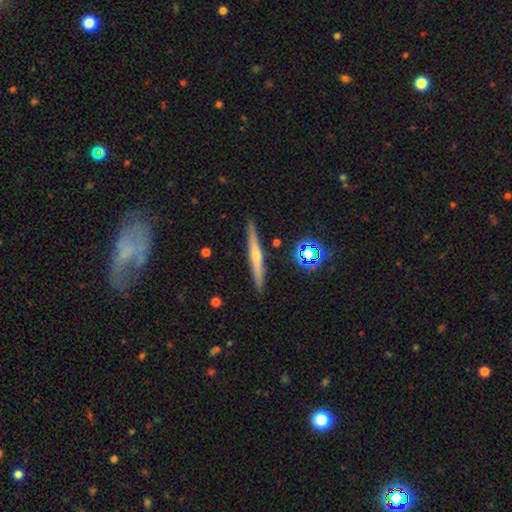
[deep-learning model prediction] smooth-or-featured: featured or disk: 66% | smooth: 26% | star or artifact: 8%
  disk-edge-on: yes: 96% | no: 4%
    edge-on-bulge: rounded: 75% | none: 22% | boxy: 3%
  merging: none: 90% | minor disturbance: 7% | merger: 2% | major disturbance: 1%